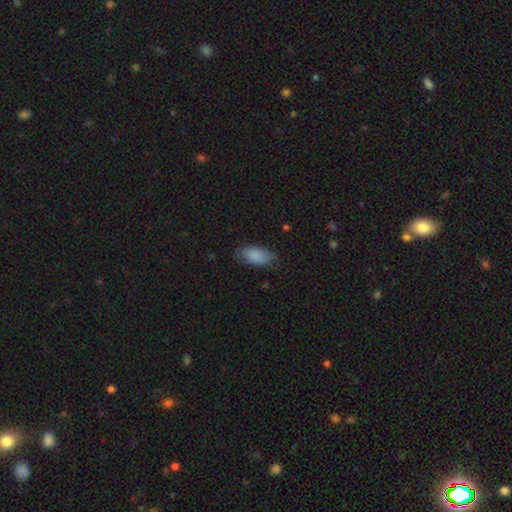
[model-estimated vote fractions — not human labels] smooth-or-featured: smooth: 86% | featured or disk: 7% | star or artifact: 7%
  how-rounded: in between: 92% | cigar-shaped: 5% | round: 3%
  merging: none: 70% | minor disturbance: 23% | major disturbance: 6% | merger: 1%